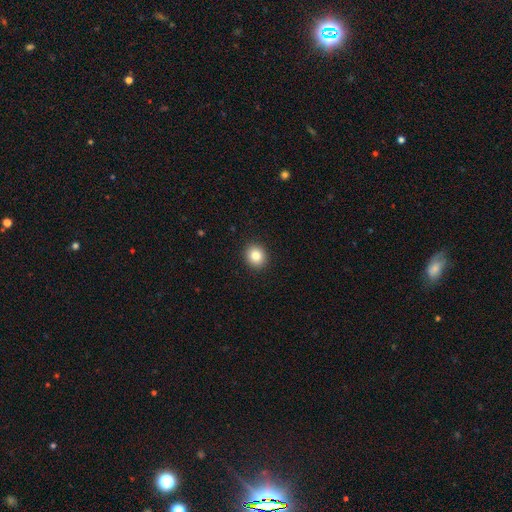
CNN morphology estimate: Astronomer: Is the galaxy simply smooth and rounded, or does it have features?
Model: smooth — 84%.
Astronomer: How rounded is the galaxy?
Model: round — 79%.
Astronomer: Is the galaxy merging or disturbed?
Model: none — 92%.